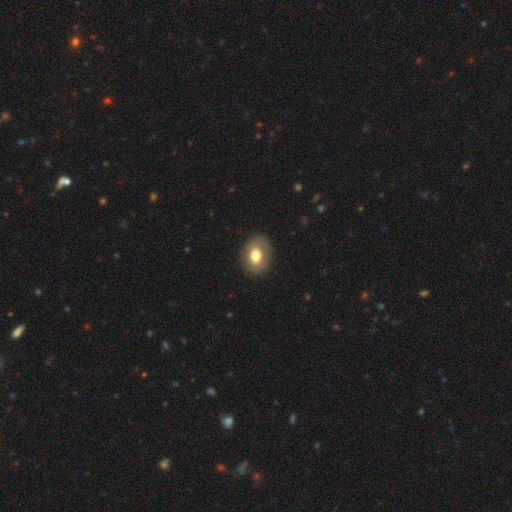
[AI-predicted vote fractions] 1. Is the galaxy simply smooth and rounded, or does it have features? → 70% smooth, 22% featured or disk, 7% star or artifact.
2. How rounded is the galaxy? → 66% in between, 33% round, 1% cigar-shaped.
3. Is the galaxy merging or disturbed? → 84% none, 11% minor disturbance, 4% major disturbance, 1% merger.